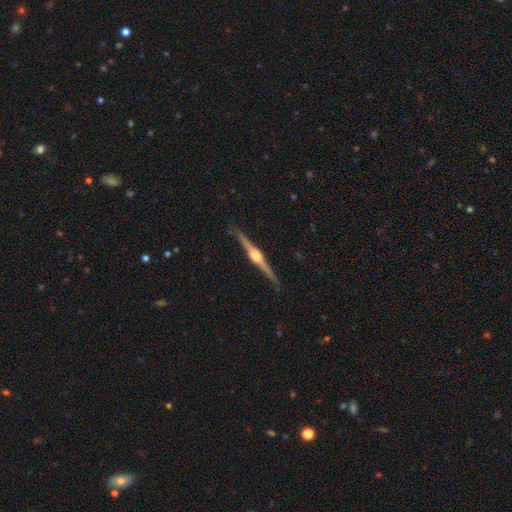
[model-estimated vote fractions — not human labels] Smooth or featured?
  - featured or disk: 87% *
  - smooth: 8%
  - star or artifact: 5%
Edge-on disk?
  - yes: 98% *
  - no: 2%
Edge-on bulge?
  - rounded: 92% *
  - boxy: 6%
  - none: 2%
Merging?
  - none: 89% *
  - minor disturbance: 8%
  - major disturbance: 2%
  - merger: 1%